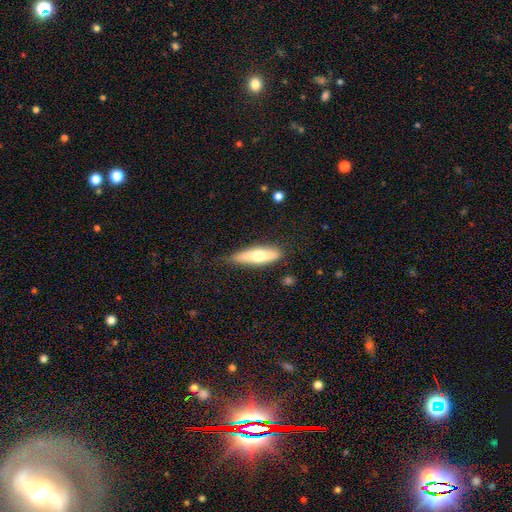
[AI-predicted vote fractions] Overall: smooth (57%; featured or disk 37%). How rounded: cigar-shaped (68%; in between 30%). Merging: none (73%).